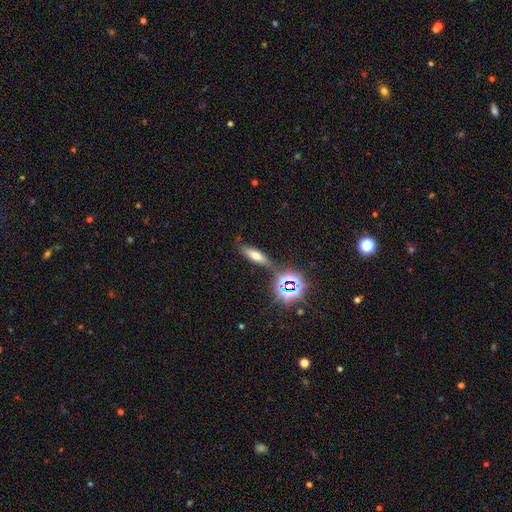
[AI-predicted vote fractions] smooth-or-featured: smooth: 51% | featured or disk: 25% | star or artifact: 24%
  how-rounded: in between: 49% | cigar-shaped: 45% | round: 5%
  merging: none: 73% | minor disturbance: 16% | merger: 6% | major disturbance: 5%